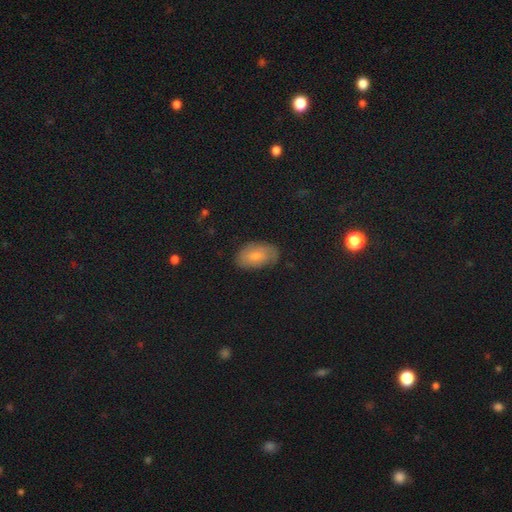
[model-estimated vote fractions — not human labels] A smooth galaxy with no disk features (65%) that is in between round and cigar-shaped (93%).

Vote fractions:
- Smooth or featured? smooth: 65% / featured or disk: 27% / star or artifact: 8%
- How rounded? in between: 93% / round: 5% / cigar-shaped: 2%
- Merging? none: 74% / minor disturbance: 20% / major disturbance: 4% / merger: 1%